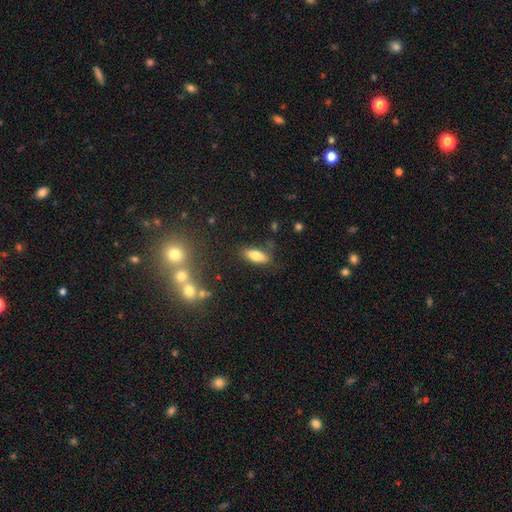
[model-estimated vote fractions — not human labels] Smooth or featured? smooth (77%)
How rounded? in between (78%)
Merging? none (80%)